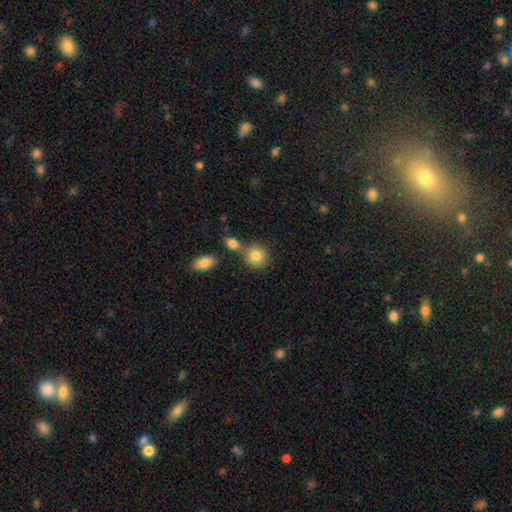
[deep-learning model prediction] Q: Smooth or featured?
A: smooth (84%); runner-up: star or artifact (8%)
Q: How rounded?
A: round (83%); runner-up: in between (16%)
Q: Merging?
A: none (67%); runner-up: merger (20%)